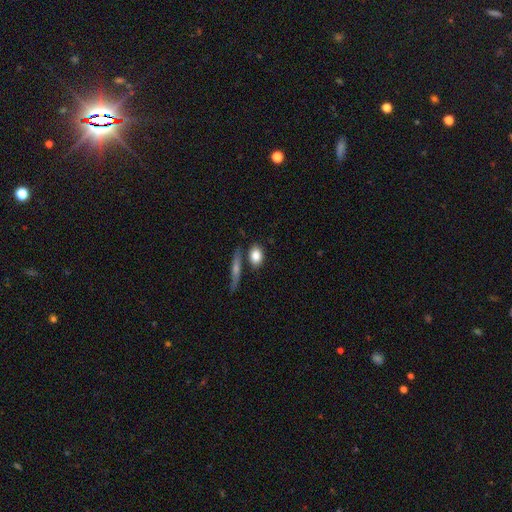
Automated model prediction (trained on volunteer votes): A smooth galaxy with no disk features (82%) that is in between round and cigar-shaped (62%).

Vote fractions:
- Smooth or featured? smooth: 82% / featured or disk: 11% / star or artifact: 7%
- How rounded? in between: 62% / round: 31% / cigar-shaped: 7%
- Merging? none: 67% / merger: 14% / minor disturbance: 14% / major disturbance: 5%